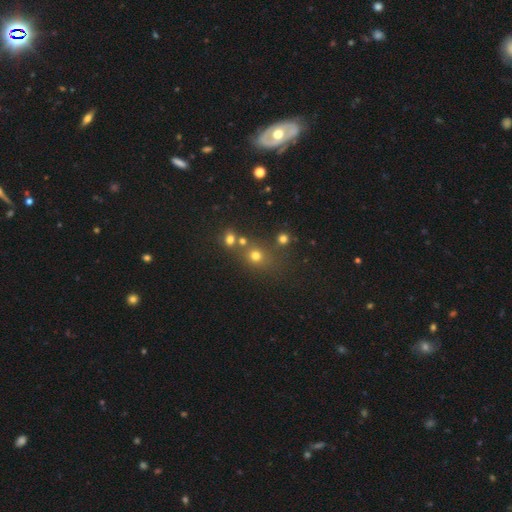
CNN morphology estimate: This is likely a smooth galaxy (64%). How rounded: clearly round (80%). Merging: likely none (62%).